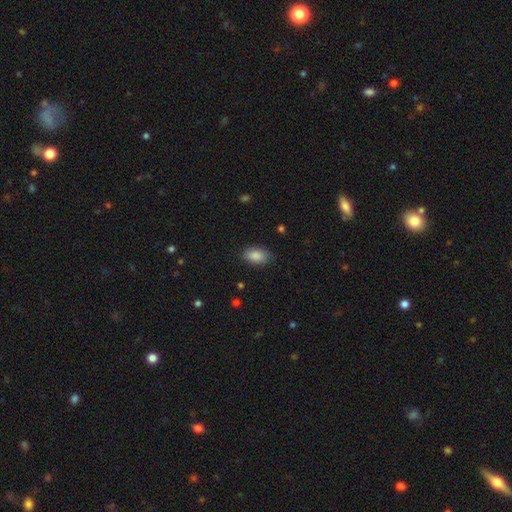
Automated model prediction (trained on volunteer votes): smooth_or_featured: smooth (p=0.88) [alt: star or artifact p=0.07]
how_rounded: in between (p=0.92) [alt: round p=0.06]
merging: none (p=0.84) [alt: minor disturbance p=0.12]